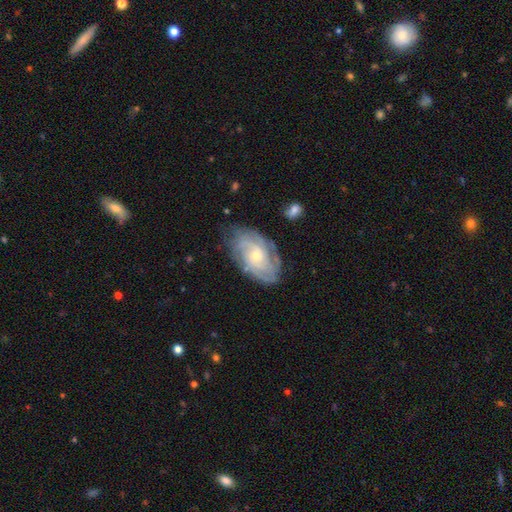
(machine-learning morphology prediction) The model was most divided on "bulge size": small: 58%, moderate: 38%, large: 2%, none: 1%, dominant: 1%. Remaining: edge-on disk — no (95%); spiral arms — yes (94%); smooth or featured — featured or disk (81%); bar — no (75%); merging — none (75%); spiral winding — tight (69%); spiral arm count — can't tell (40%).